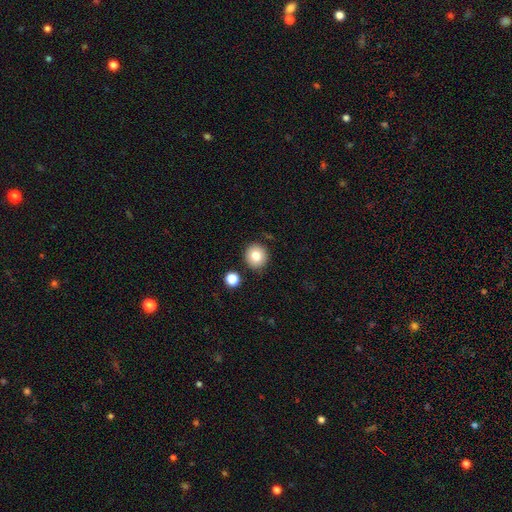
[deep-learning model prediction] Smooth or featured: smooth — 79% (featured or disk — 11%)
How rounded: round — 93% (in between — 6%)
Merging: none — 87% (minor disturbance — 7%)